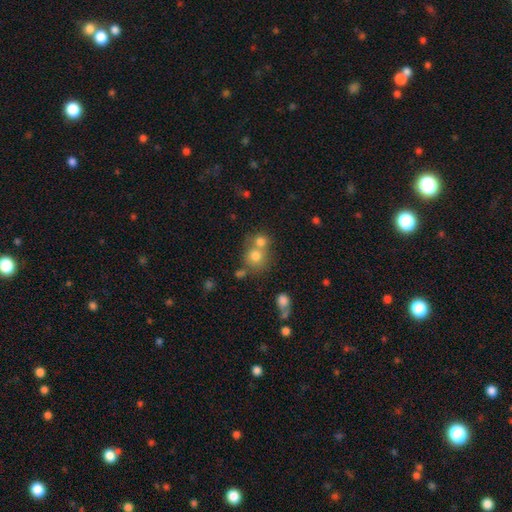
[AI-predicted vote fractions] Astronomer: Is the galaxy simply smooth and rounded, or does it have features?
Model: smooth — 74%.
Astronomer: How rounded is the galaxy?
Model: round — 82%.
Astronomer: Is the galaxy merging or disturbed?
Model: merger — 48% (runner-up: none, 41%).